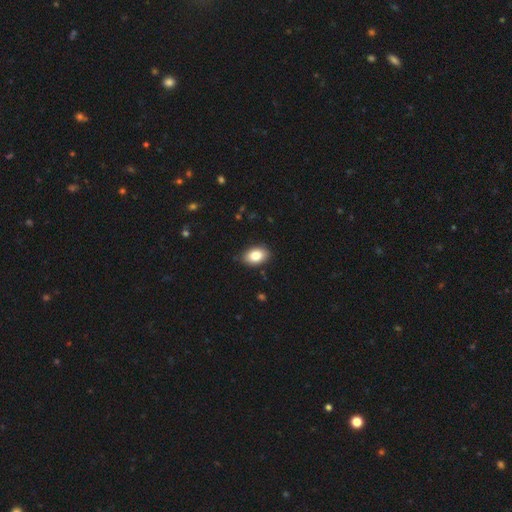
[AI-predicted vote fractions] Overall: smooth (84%). How rounded: in between (86%). Merging: none (85%).